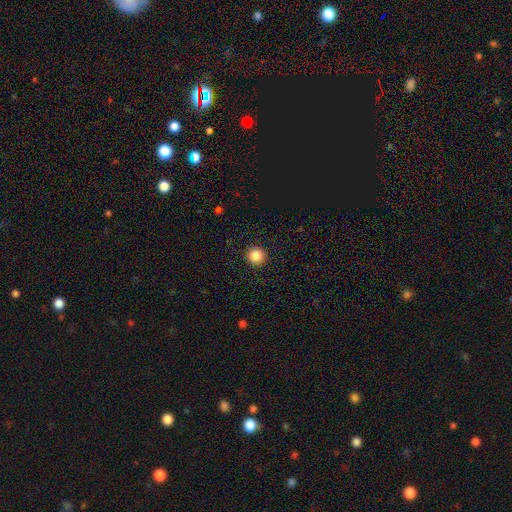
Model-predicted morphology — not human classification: smooth 86%, star or artifact 11%, featured or disk 4%. Down the decision tree: how rounded — round (95%); merging — none (92%).